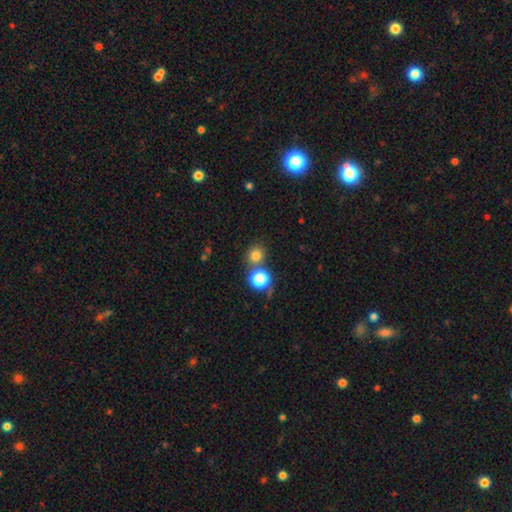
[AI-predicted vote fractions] This is likely a smooth galaxy (78%). How rounded: clearly round (88%). Merging: likely none (64%).